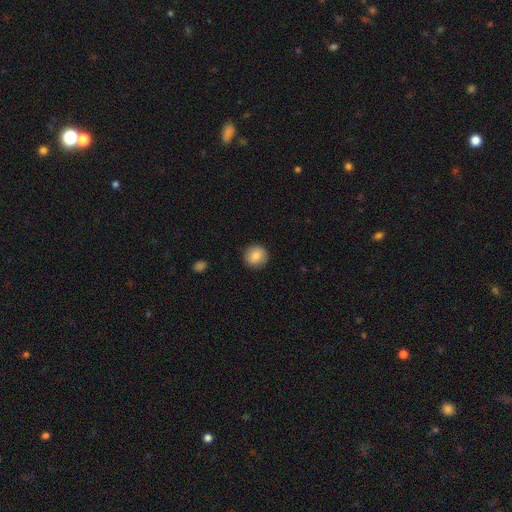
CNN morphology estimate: smooth_or_featured: smooth (p=0.84) [alt: featured or disk p=0.08]
how_rounded: round (p=0.92) [alt: in between p=0.07]
merging: none (p=0.90) [alt: minor disturbance p=0.07]